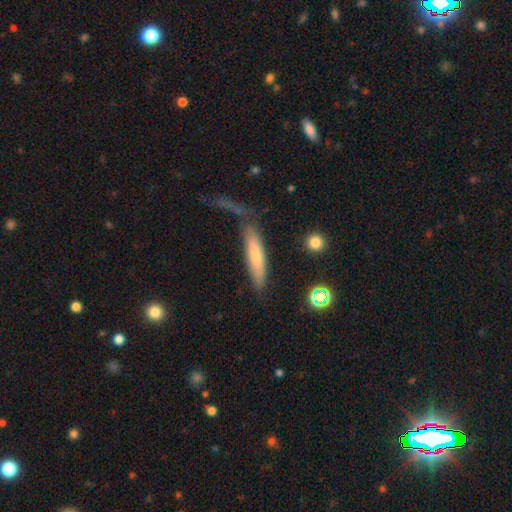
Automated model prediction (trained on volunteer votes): The model was most divided on "merging": none: 60%, minor disturbance: 20%, major disturbance: 12%, merger: 8%. More confident: how rounded — cigar-shaped (82%); smooth or featured — smooth (68%).